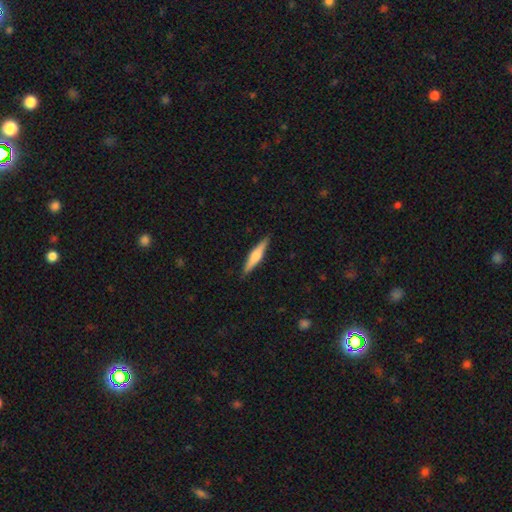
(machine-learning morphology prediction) Smooth or featured?
  - featured or disk: 48% *
  - smooth: 47%
  - star or artifact: 5%
Merging?
  - none: 90% *
  - minor disturbance: 8%
  - major disturbance: 2%
  - merger: 1%